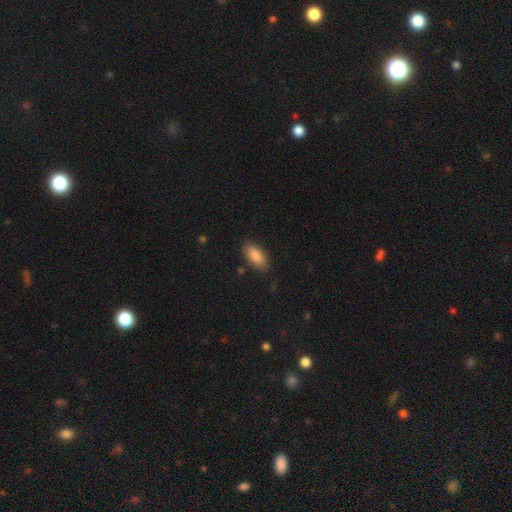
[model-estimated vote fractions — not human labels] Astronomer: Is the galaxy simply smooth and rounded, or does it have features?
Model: smooth — 87%.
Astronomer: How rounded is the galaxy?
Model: in between — 90%.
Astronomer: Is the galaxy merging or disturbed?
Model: none — 85%.